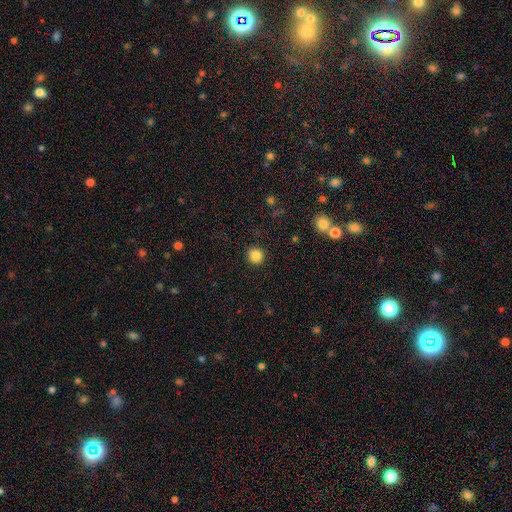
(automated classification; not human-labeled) A smooth galaxy with no disk features (86%) that is round (93%).

Vote fractions:
- Smooth or featured? smooth: 86% / star or artifact: 10% / featured or disk: 4%
- How rounded? round: 93% / in between: 6% / cigar-shaped: 1%
- Merging? none: 92% / minor disturbance: 5% / major disturbance: 2% / merger: 1%